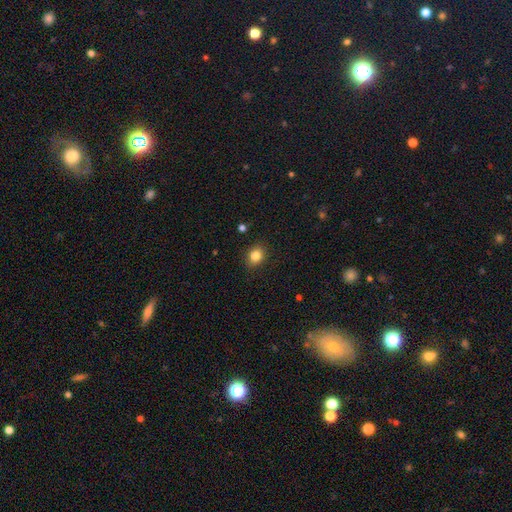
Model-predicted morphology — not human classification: A smooth galaxy with no disk features (83%) that is round (58%).

Vote fractions:
- Smooth or featured? smooth: 83% / star or artifact: 11% / featured or disk: 6%
- How rounded? round: 58% / in between: 41% / cigar-shaped: 1%
- Merging? none: 86% / minor disturbance: 10% / major disturbance: 2% / merger: 1%